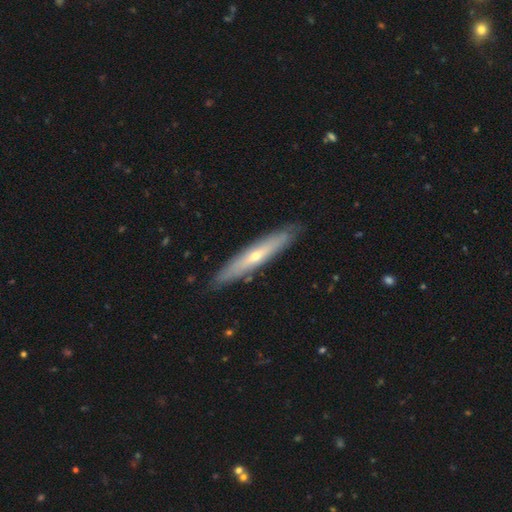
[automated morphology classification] Smooth or featured?
  - featured or disk: 61% *
  - smooth: 33%
  - star or artifact: 6%
Edge-on disk?
  - yes: 79% *
  - no: 21%
Merging?
  - none: 88% *
  - minor disturbance: 9%
  - major disturbance: 2%
  - merger: 1%